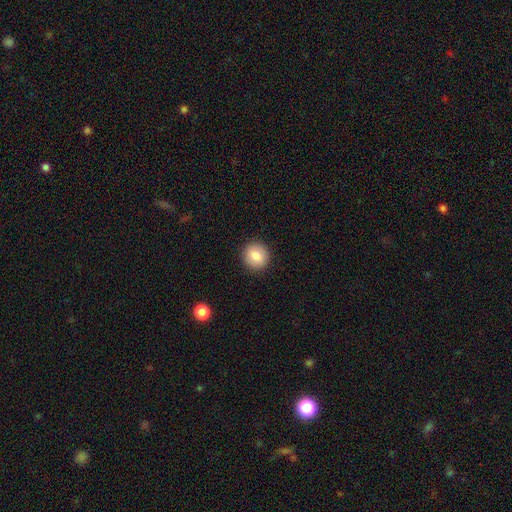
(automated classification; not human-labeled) Morphology: type=smooth (82%); roundness=round (91%); merging=none (92%).